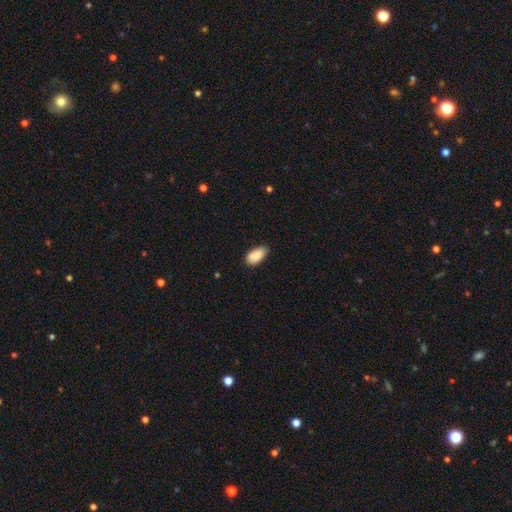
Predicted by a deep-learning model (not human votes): This is clearly a smooth galaxy (89%). How rounded: clearly in between (94%). Merging: likely none (77%).